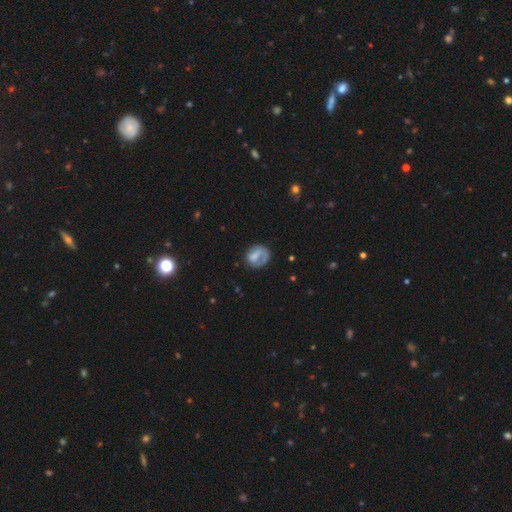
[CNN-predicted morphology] A smooth galaxy with no disk features (54%) that is round (62%).

Vote fractions:
- Smooth or featured? smooth: 54% / featured or disk: 36% / star or artifact: 9%
- How rounded? round: 62% / in between: 36% / cigar-shaped: 2%
- Merging? none: 51% / minor disturbance: 23% / major disturbance: 22% / merger: 4%